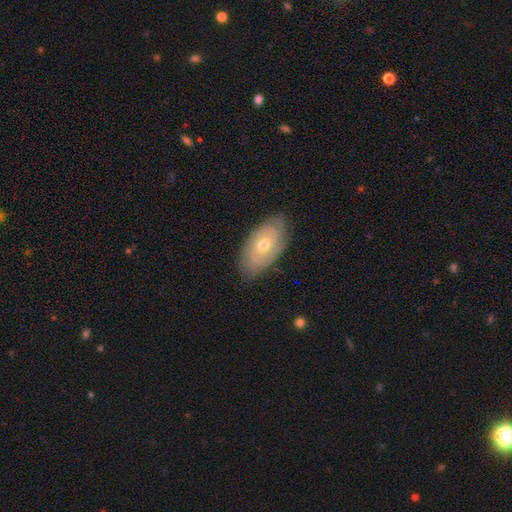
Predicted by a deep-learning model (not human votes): This appears to be a featured or disk galaxy (68%) with no bar (79%), spiral arms (81%) and a moderate central bulge (64%). Merging: none (82%).